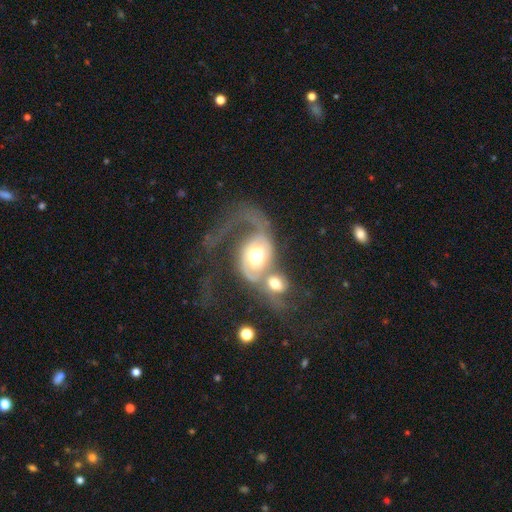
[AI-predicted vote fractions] Overall: featured or disk (75%). Edge-on disk: no (96%). Bar: no (67%). Spiral arms: yes (83%). Spiral arm count: 2 (60%; 1 23%). Spiral winding: loose (47%; medium 33%). Bulge size: moderate (50%; large 39%). Merging: merger (70%).